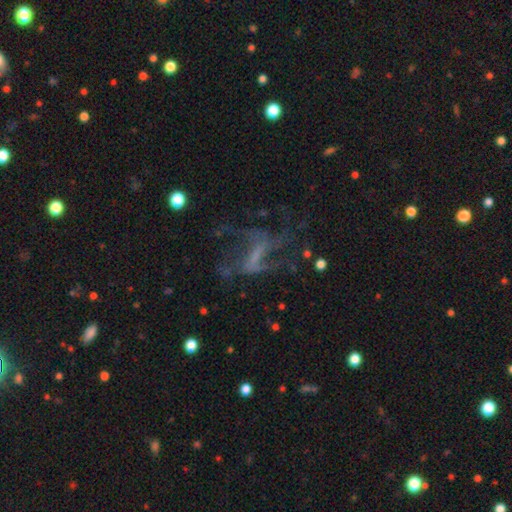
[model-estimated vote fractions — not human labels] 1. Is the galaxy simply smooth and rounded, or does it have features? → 66% featured or disk, 19% star or artifact, 15% smooth.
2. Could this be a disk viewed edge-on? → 94% no, 6% yes.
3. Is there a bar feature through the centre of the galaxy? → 39% no, 37% weak, 25% strong.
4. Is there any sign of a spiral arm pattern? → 68% yes, 32% no.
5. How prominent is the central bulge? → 55% none, 24% small, 15% moderate, 4% large, 1% dominant.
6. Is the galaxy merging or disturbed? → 45% none, 37% major disturbance, 15% minor disturbance, 4% merger.